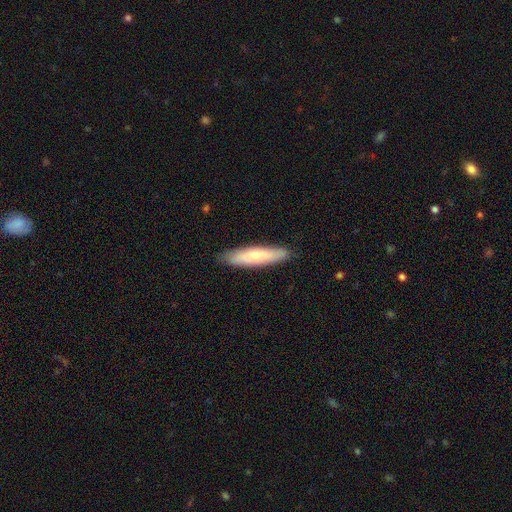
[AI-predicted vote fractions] A smooth galaxy with no disk features (63%) that is cigar-shaped (78%). Merging: none (87%).